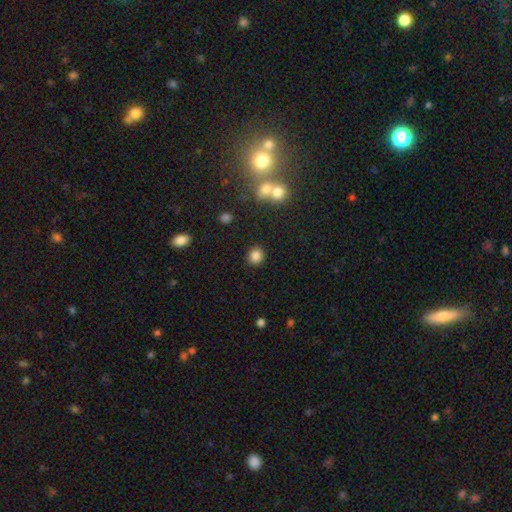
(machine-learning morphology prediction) A smooth galaxy with no disk features (84%) that is round (81%). Merging: none (88%).